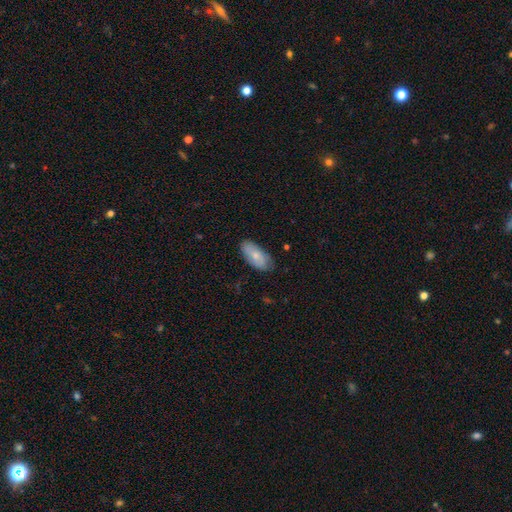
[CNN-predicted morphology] A smooth galaxy with no disk features (73%) that is in between round and cigar-shaped (90%). Merging: none (77%).